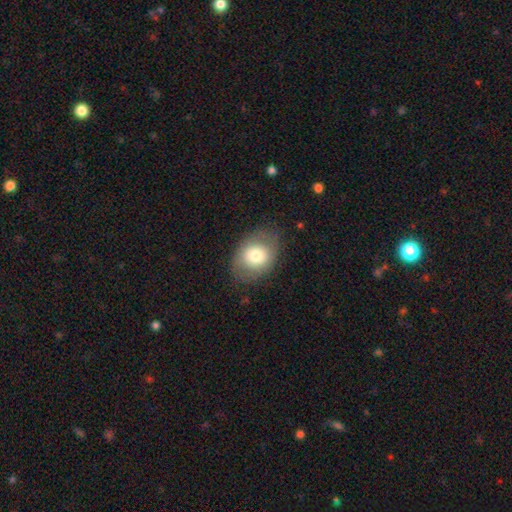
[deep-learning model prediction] smooth 69%, featured or disk 23%, star or artifact 8%. Down the decision tree: how rounded — in between (65%); merging — none (76%).